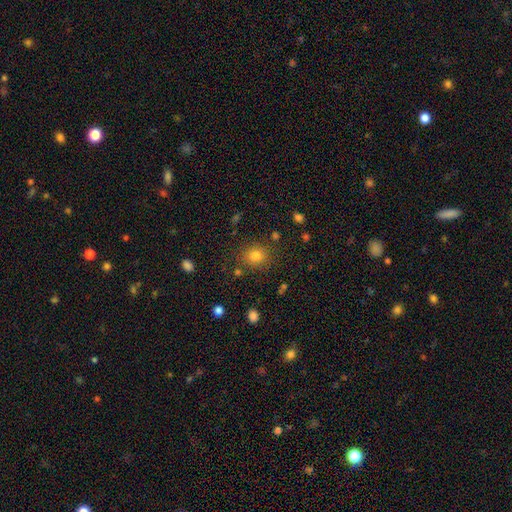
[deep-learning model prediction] This appears to be a smooth galaxy with no disk features (79%) that is round (79%). Merging: none (83%).